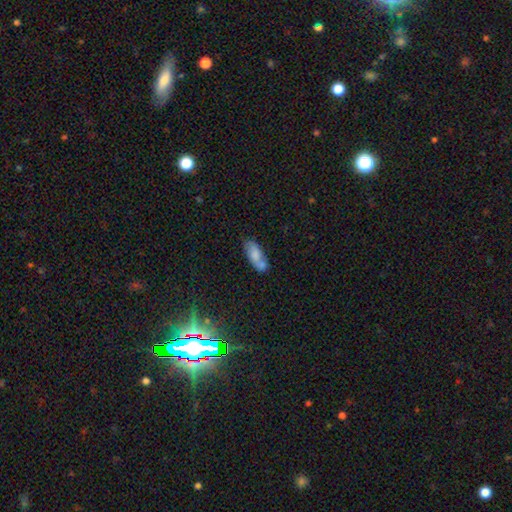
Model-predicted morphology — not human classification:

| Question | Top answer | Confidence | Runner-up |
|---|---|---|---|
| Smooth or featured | smooth | 64% | featured or disk (28%) |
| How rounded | in between | 75% | cigar-shaped (22%) |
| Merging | none | 53% | merger (21%) |